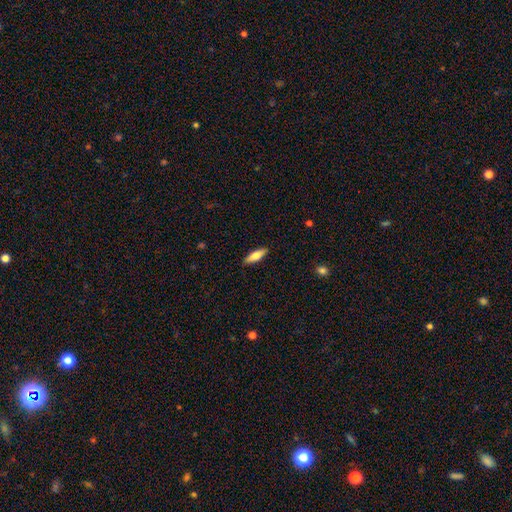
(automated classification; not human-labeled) Smooth or featured? Predicted: smooth (p=0.65). How rounded? Predicted: cigar-shaped (p=0.52). Merging? Predicted: none (p=0.88).